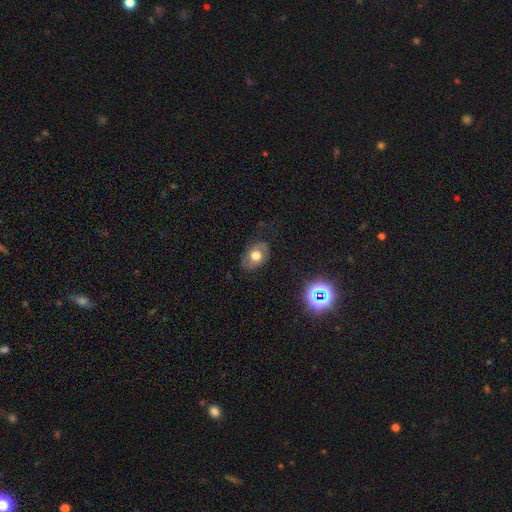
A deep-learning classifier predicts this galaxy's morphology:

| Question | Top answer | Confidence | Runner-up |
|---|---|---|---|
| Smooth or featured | smooth | 55% | featured or disk (33%) |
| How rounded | in between | 73% | round (25%) |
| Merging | none | 75% | minor disturbance (18%) |